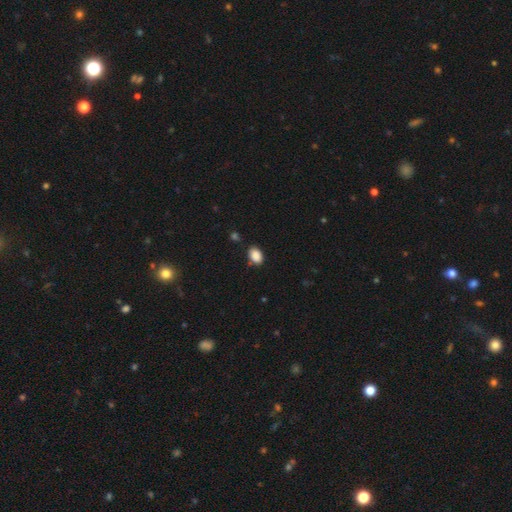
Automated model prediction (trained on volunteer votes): smooth 88%, star or artifact 8%, featured or disk 3%. Down the decision tree: how rounded — in between (82%); merging — none (75%).